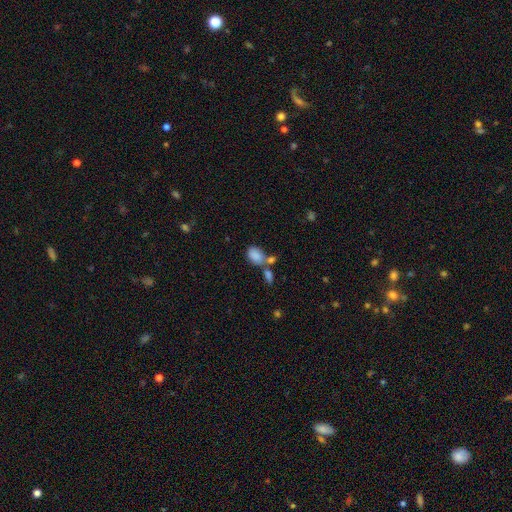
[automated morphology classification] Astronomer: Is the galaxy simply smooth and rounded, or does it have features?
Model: smooth — 84%.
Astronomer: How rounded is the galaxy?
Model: in between — 84%.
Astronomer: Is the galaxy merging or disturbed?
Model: merger — 44% (runner-up: none, 38%).